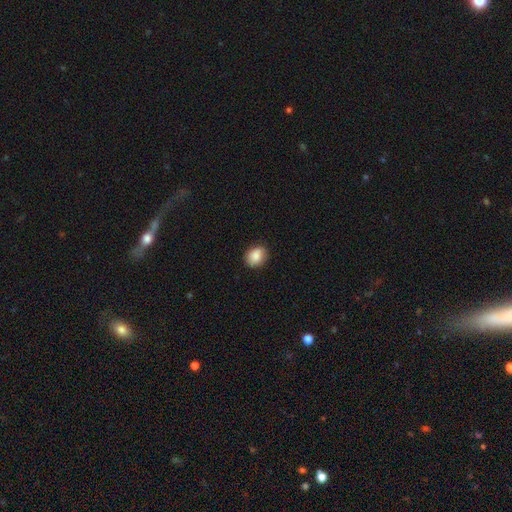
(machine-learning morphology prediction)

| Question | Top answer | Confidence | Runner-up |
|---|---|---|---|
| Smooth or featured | smooth | 85% | star or artifact (8%) |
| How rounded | in between | 51% | round (48%) |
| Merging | none | 84% | minor disturbance (13%) |